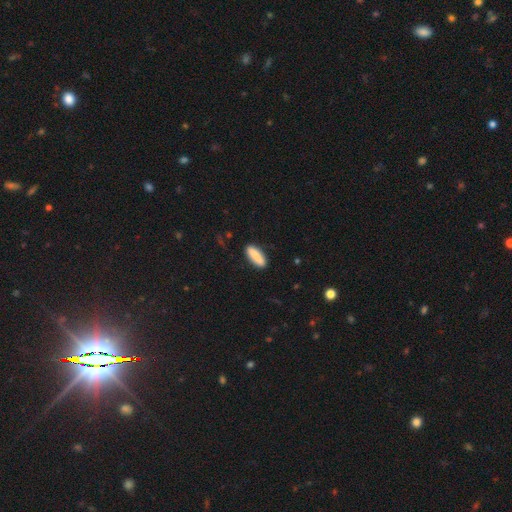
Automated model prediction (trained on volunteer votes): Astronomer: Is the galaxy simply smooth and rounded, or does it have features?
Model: smooth — 87%.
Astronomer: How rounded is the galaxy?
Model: in between — 50% (runner-up: cigar-shaped, 48%).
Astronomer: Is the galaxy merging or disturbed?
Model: none — 87%.